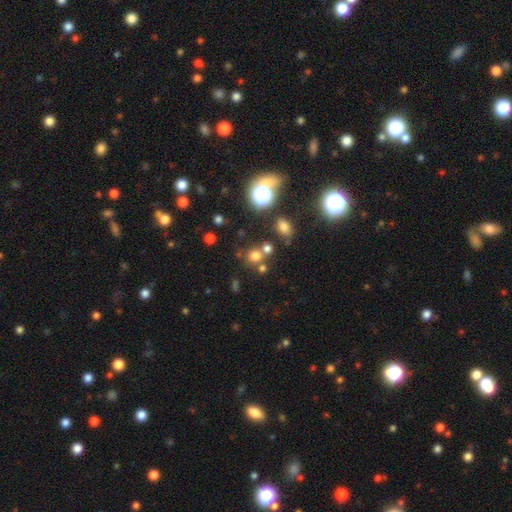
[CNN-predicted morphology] smooth 66%, star or artifact 25%, featured or disk 9%. Down the decision tree: how rounded — round (83%); merging — none (64%).